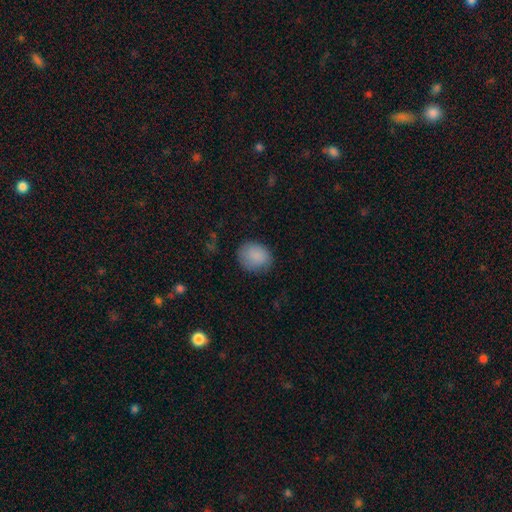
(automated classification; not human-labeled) Q: Smooth or featured?
A: smooth (87%); runner-up: star or artifact (7%)
Q: How rounded?
A: round (60%); runner-up: in between (39%)
Q: Merging?
A: none (78%); runner-up: minor disturbance (17%)